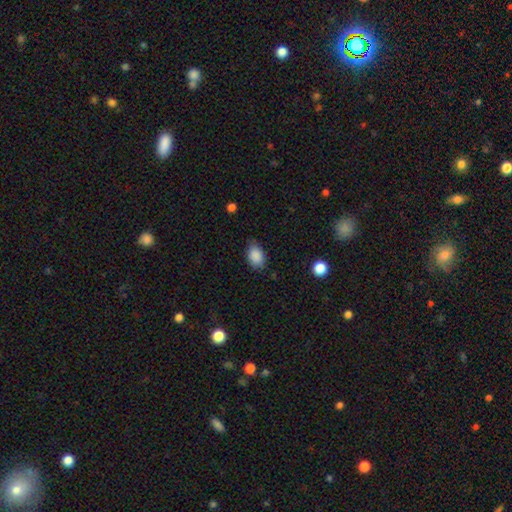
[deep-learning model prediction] smooth-or-featured: smooth: 88% | star or artifact: 8% | featured or disk: 4%
  how-rounded: in between: 85% | round: 14% | cigar-shaped: 1%
  merging: none: 73% | minor disturbance: 22% | major disturbance: 4% | merger: 1%